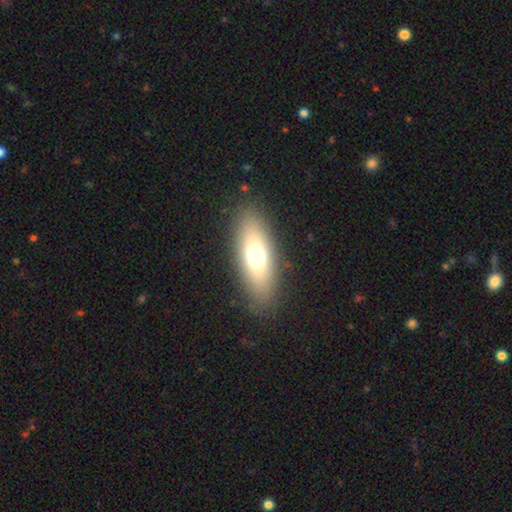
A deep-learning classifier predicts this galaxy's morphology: Q: Smooth or featured?
A: smooth (66%); runner-up: featured or disk (24%)
Q: How rounded?
A: in between (71%); runner-up: cigar-shaped (24%)
Q: Merging?
A: none (86%); runner-up: minor disturbance (9%)